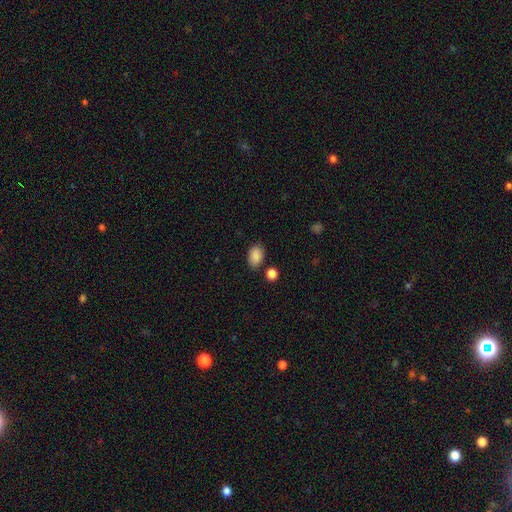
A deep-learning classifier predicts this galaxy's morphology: Smooth or featured: smooth — 88% (star or artifact — 8%)
How rounded: in between — 82% (round — 17%)
Merging: none — 80% (minor disturbance — 12%)